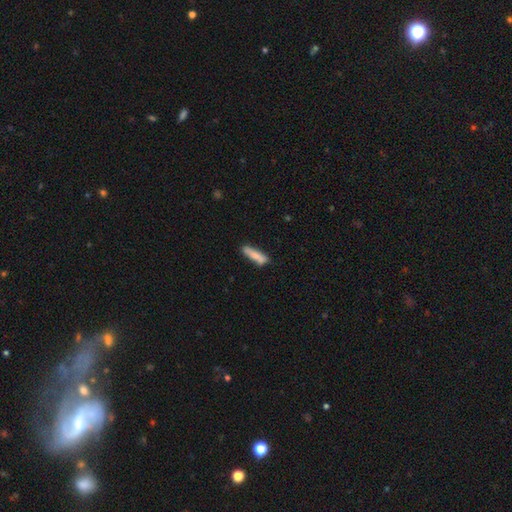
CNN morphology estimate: Overall: smooth (75%). How rounded: cigar-shaped (73%). Merging: none (74%).